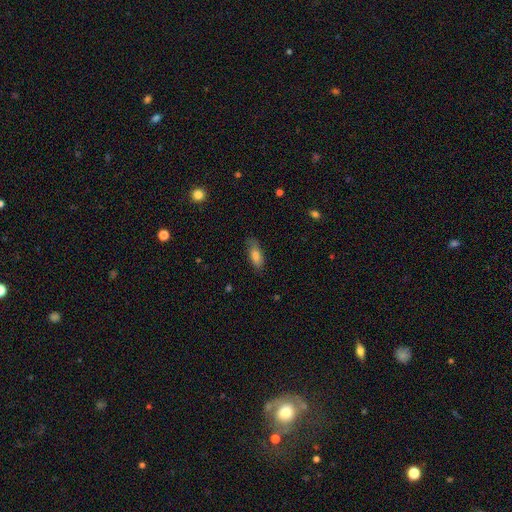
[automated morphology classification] Q: Smooth or featured?
A: smooth (77%); runner-up: featured or disk (15%)
Q: How rounded?
A: in between (73%); runner-up: cigar-shaped (24%)
Q: Merging?
A: none (74%); runner-up: minor disturbance (20%)